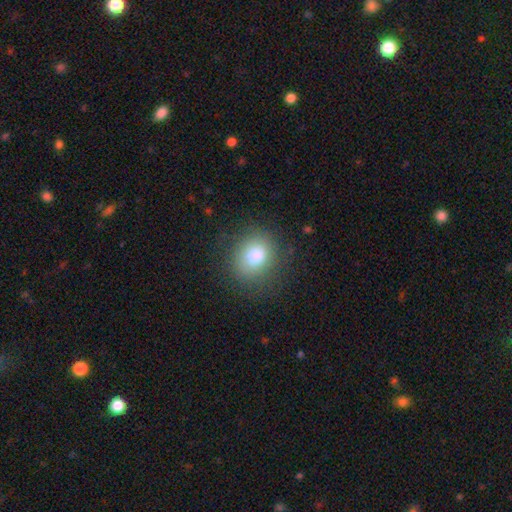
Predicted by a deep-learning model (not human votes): Q: Smooth or featured?
A: smooth (79%); runner-up: star or artifact (11%)
Q: How rounded?
A: round (70%); runner-up: in between (29%)
Q: Merging?
A: none (83%); runner-up: minor disturbance (11%)